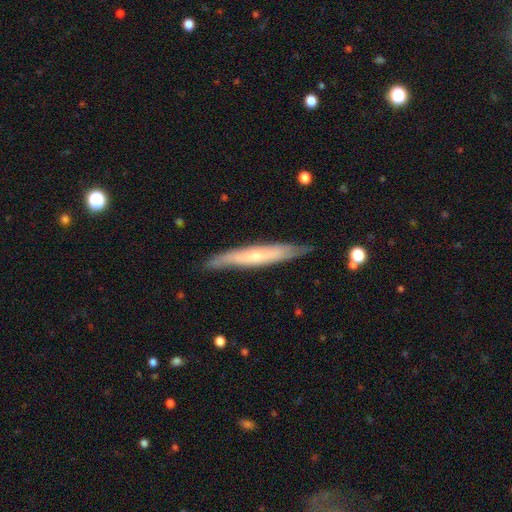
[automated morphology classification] smooth-or-featured: featured or disk: 52% | smooth: 42% | star or artifact: 6%
  disk-edge-on: yes: 80% | no: 20%
  merging: none: 82% | minor disturbance: 14% | major disturbance: 2% | merger: 1%